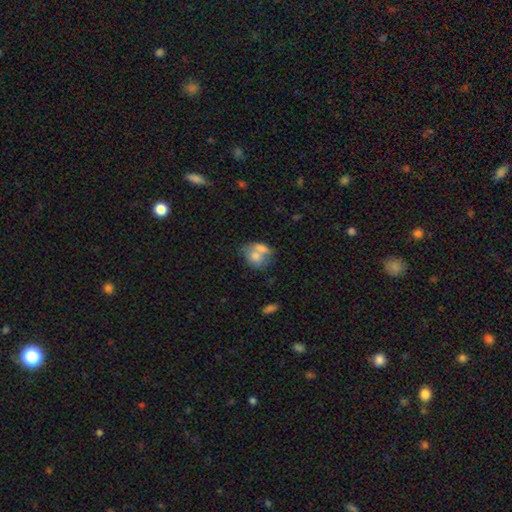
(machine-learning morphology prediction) Overall: smooth (72%). How rounded: in between (60%; round 38%). Merging: merger (58%; none 26%).